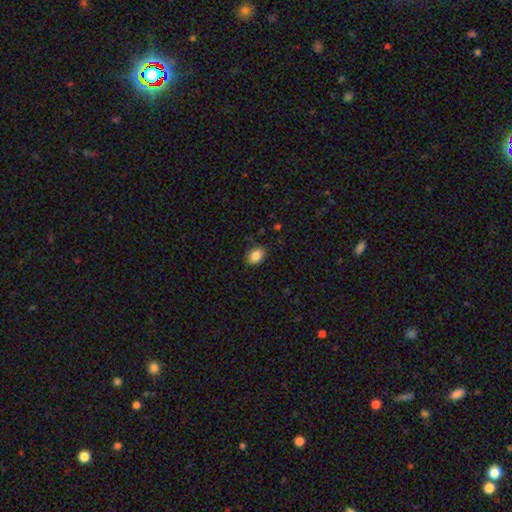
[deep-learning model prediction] Morphology: type=smooth (87%); roundness=in between (80%); merging=none (84%).